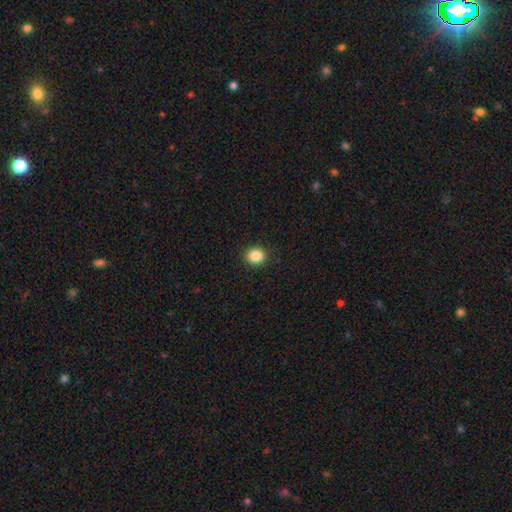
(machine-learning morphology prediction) Smooth or featured? Predicted: smooth (p=0.87). How rounded? Predicted: round (p=0.79). Merging? Predicted: none (p=0.91).